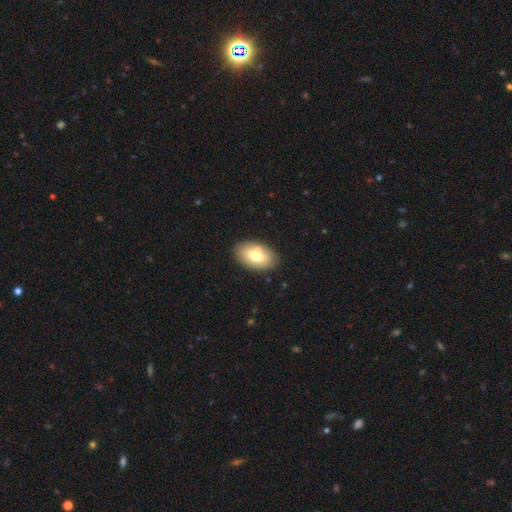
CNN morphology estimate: Smooth or featured? smooth (68%)
How rounded? in between (91%)
Merging? none (76%)